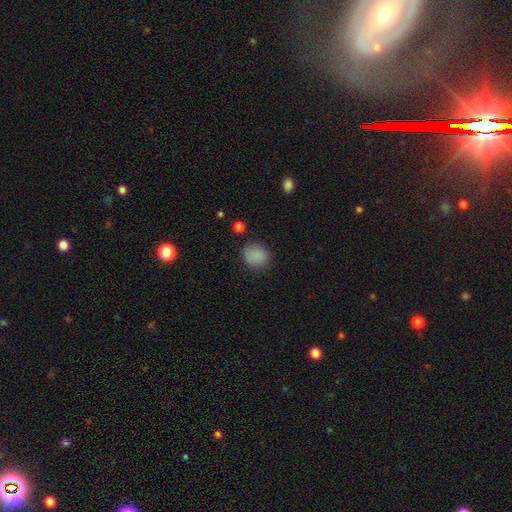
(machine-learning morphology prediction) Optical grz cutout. It shows a smooth galaxy with no disk features (86%) that is round (73%). Merging: none (82%).